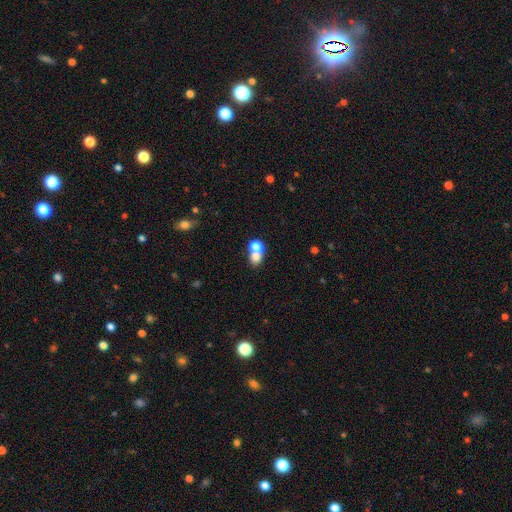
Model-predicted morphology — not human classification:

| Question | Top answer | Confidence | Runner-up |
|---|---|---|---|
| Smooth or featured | smooth | 72% | featured or disk (15%) |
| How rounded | round | 65% | in between (33%) |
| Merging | merger | 58% | none (32%) |